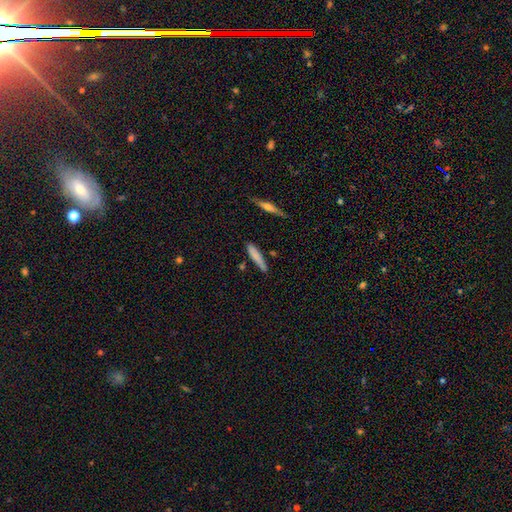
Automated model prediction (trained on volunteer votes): Smooth or featured? smooth (77%)
How rounded? cigar-shaped (86%)
Merging? none (75%)